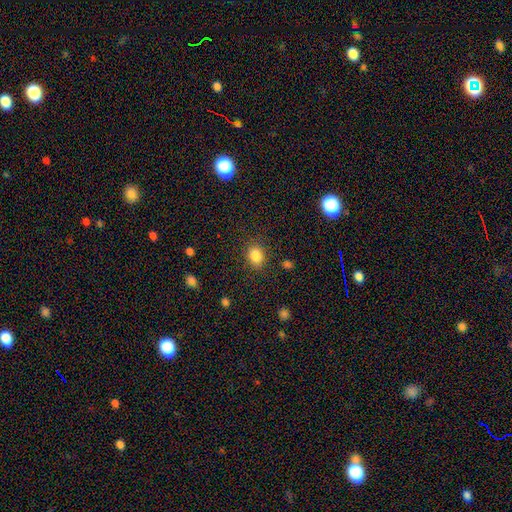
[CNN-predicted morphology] smooth-or-featured: smooth: 85% | star or artifact: 11% | featured or disk: 4%
  how-rounded: in between: 51% | round: 48% | cigar-shaped: 1%
  merging: none: 84% | minor disturbance: 11% | major disturbance: 4% | merger: 2%